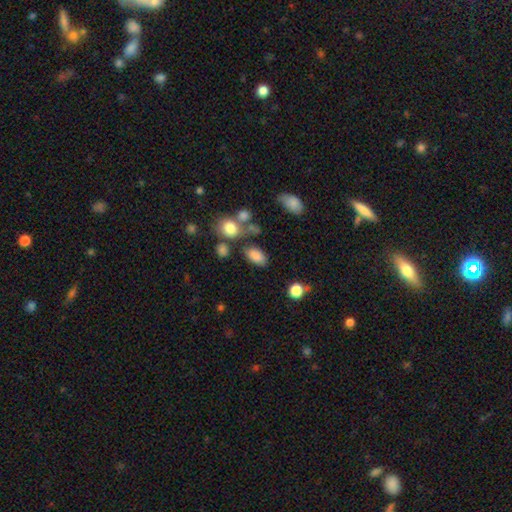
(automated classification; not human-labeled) A smooth galaxy with no disk features (83%) that is in between round and cigar-shaped (91%).

Vote fractions:
- Smooth or featured? smooth: 83% / star or artifact: 10% / featured or disk: 7%
- How rounded? in between: 91% / round: 7% / cigar-shaped: 2%
- Merging? none: 66% / minor disturbance: 16% / merger: 12% / major disturbance: 7%